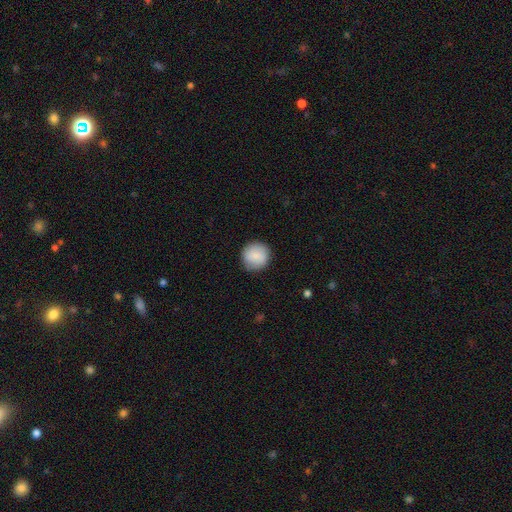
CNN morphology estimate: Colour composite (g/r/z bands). It shows a smooth galaxy with no disk features (86%) that is round (93%). Merging: none (87%).